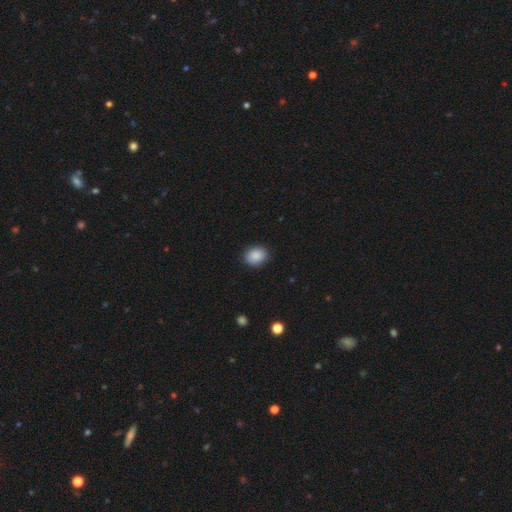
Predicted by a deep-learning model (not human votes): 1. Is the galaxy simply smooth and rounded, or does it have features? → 88% smooth, 8% star or artifact, 4% featured or disk.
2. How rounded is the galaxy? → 50% in between, 49% round, 1% cigar-shaped.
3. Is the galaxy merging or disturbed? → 88% none, 9% minor disturbance, 2% major disturbance, 1% merger.